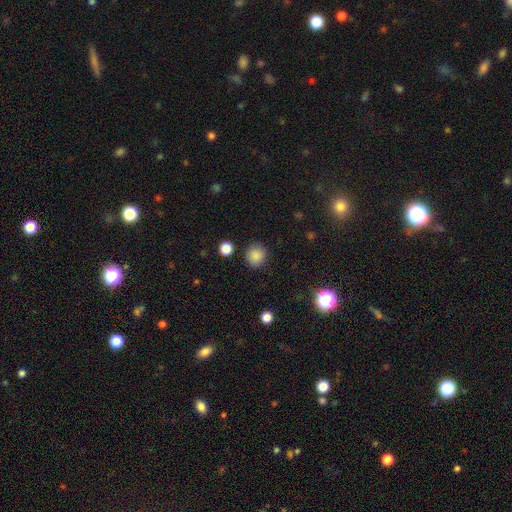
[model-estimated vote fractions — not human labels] smooth_or_featured: smooth (p=0.85) [alt: star or artifact p=0.11]
how_rounded: round (p=0.87) [alt: in between p=0.12]
merging: none (p=0.87) [alt: minor disturbance p=0.08]